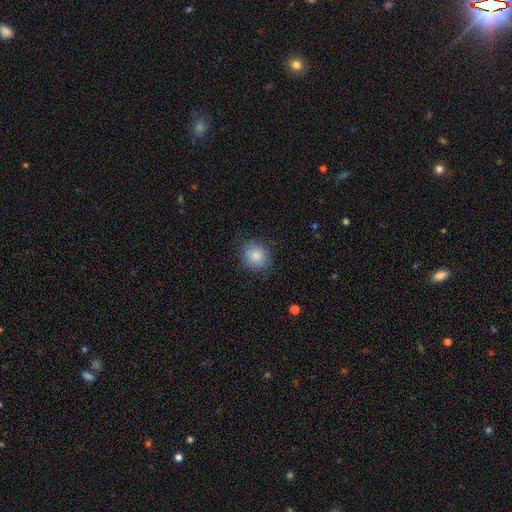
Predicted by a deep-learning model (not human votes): Smooth or featured?
  - smooth: 85% *
  - star or artifact: 8%
  - featured or disk: 7%
How rounded?
  - round: 84% *
  - in between: 15%
  - cigar-shaped: 1%
Merging?
  - none: 80% *
  - minor disturbance: 15%
  - major disturbance: 4%
  - merger: 1%